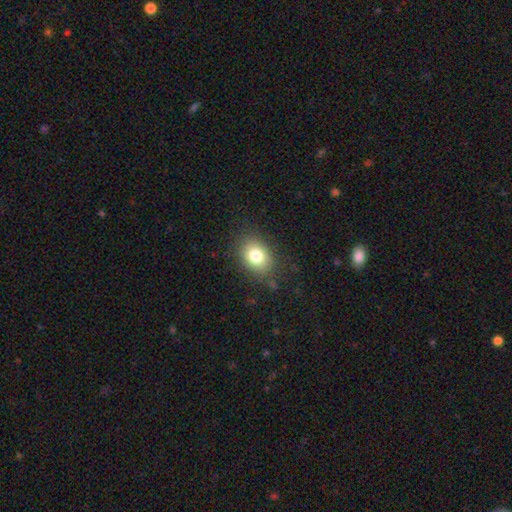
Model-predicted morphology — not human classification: A smooth galaxy with no disk features (79%) that is in between round and cigar-shaped (69%).

Vote fractions:
- Smooth or featured? smooth: 79% / featured or disk: 11% / star or artifact: 10%
- How rounded? in between: 69% / round: 30% / cigar-shaped: 1%
- Merging? none: 82% / minor disturbance: 12% / major disturbance: 4% / merger: 1%